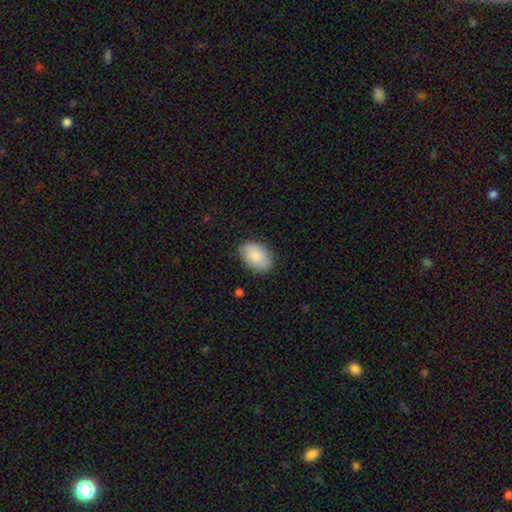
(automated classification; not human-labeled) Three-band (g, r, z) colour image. It shows a smooth galaxy with no disk features (85%) that is in between round and cigar-shaped (88%). Merging: none (84%).